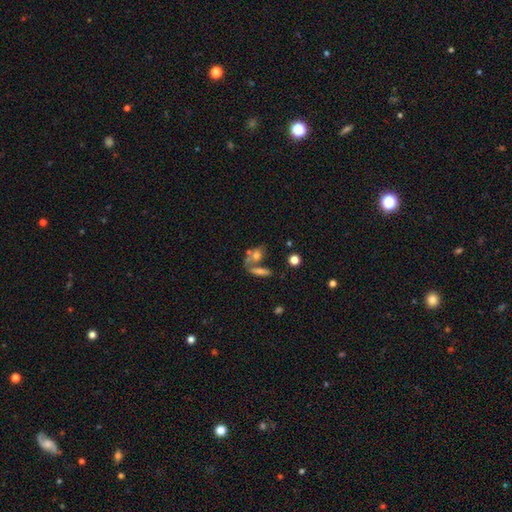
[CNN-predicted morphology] Q: Smooth or featured?
A: smooth (63%); runner-up: featured or disk (24%)
Q: How rounded?
A: in between (60%); runner-up: round (24%)
Q: Merging?
A: merger (40%); runner-up: none (38%)